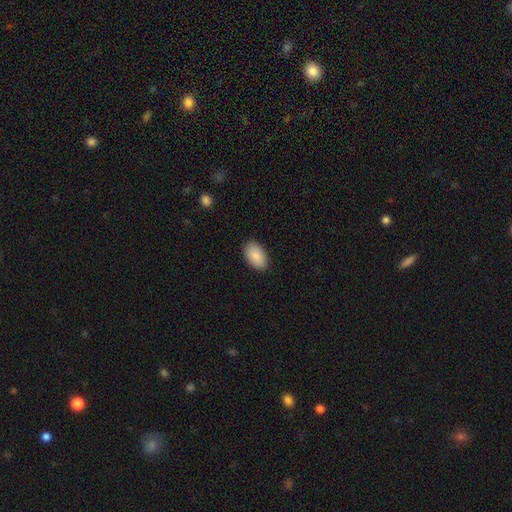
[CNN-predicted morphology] A smooth galaxy with no disk features (87%) that is in between round and cigar-shaped (93%).

Vote fractions:
- Smooth or featured? smooth: 87% / featured or disk: 6% / star or artifact: 6%
- How rounded? in between: 93% / round: 5% / cigar-shaped: 1%
- Merging? none: 89% / minor disturbance: 8% / major disturbance: 2% / merger: 1%